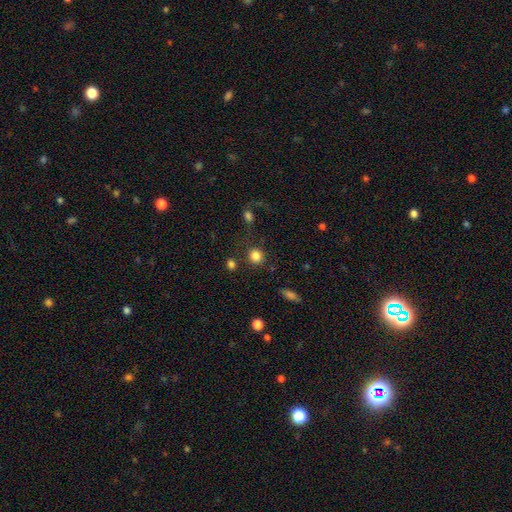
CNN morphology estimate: A smooth galaxy with no disk features (84%) that is round (88%). Merging: none (80%).